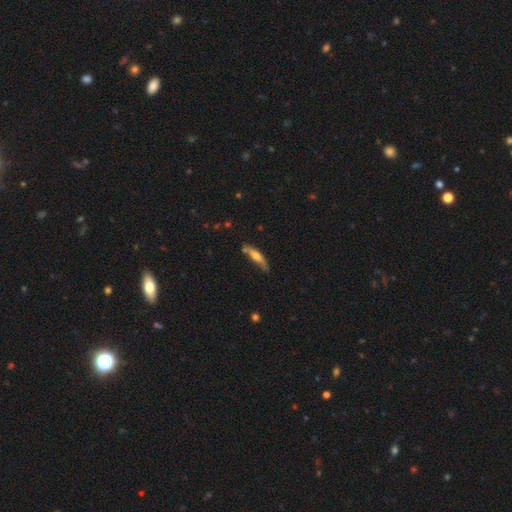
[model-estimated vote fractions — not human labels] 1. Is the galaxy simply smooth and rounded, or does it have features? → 52% smooth, 42% featured or disk, 6% star or artifact.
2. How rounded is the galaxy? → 78% cigar-shaped, 20% in between, 2% round.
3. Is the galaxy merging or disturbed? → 61% none, 27% minor disturbance, 7% major disturbance, 6% merger.